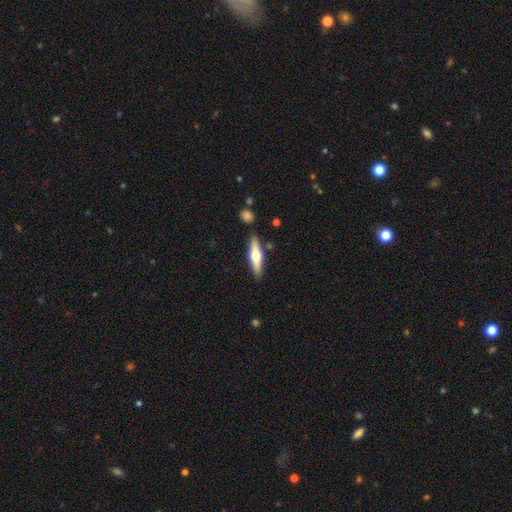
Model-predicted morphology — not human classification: A featured or disk galaxy (55%) viewed edge-on (94%) with a rounded central bulge (93%).

Vote fractions:
- Smooth or featured? featured or disk: 55% / smooth: 40% / star or artifact: 6%
- Edge-on disk? yes: 94% / no: 6%
- Edge-on bulge? rounded: 93% / boxy: 4% / none: 3%
- Merging? none: 85% / minor disturbance: 9% / merger: 3% / major disturbance: 2%